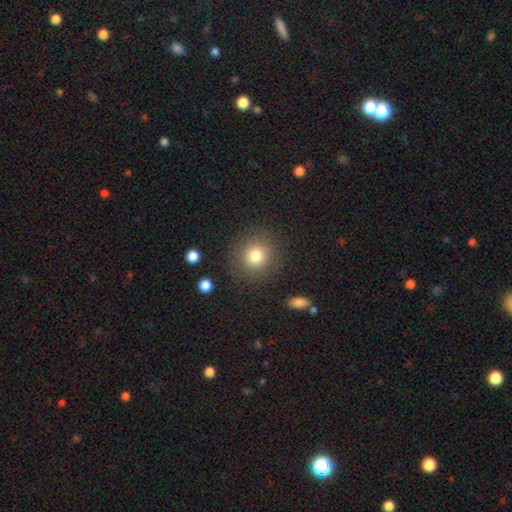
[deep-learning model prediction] This is likely a smooth galaxy (80%). How rounded: clearly round (91%). Merging: clearly none (87%).